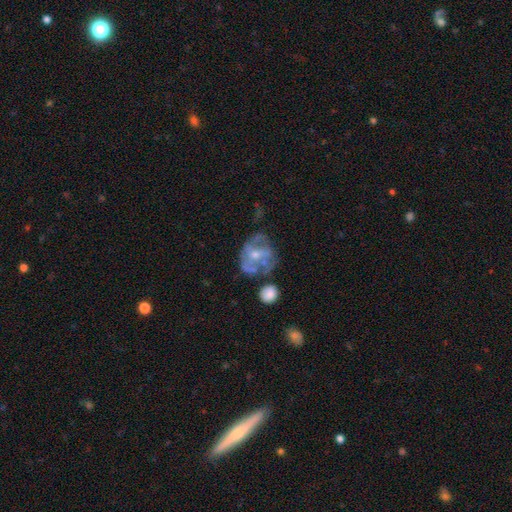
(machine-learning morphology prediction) Smooth or featured?
  - featured or disk: 60% *
  - smooth: 31%
  - star or artifact: 9%
Edge-on disk?
  - no: 97% *
  - yes: 3%
Bar?
  - no: 65% *
  - weak: 26%
  - strong: 9%
Spiral arms?
  - no: 66% *
  - yes: 34%
Bulge size?
  - small: 46% *
  - moderate: 44%
  - none: 6%
  - large: 3%
  - dominant: 1%
Merging?
  - none: 37% *
  - major disturbance: 28%
  - minor disturbance: 23%
  - merger: 12%